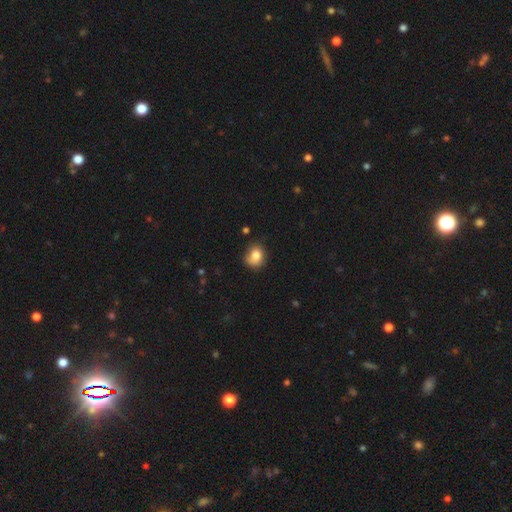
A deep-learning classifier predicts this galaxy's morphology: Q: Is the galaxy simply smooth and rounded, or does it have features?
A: smooth — 81%.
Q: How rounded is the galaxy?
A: round — 63%.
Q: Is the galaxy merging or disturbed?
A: none — 64%.